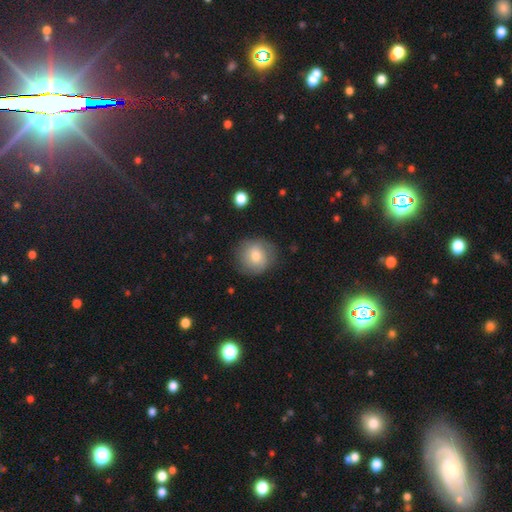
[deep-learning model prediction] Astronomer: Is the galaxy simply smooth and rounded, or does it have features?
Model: smooth — 68%.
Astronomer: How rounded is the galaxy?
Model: round — 89%.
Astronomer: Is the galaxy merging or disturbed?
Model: none — 77%.